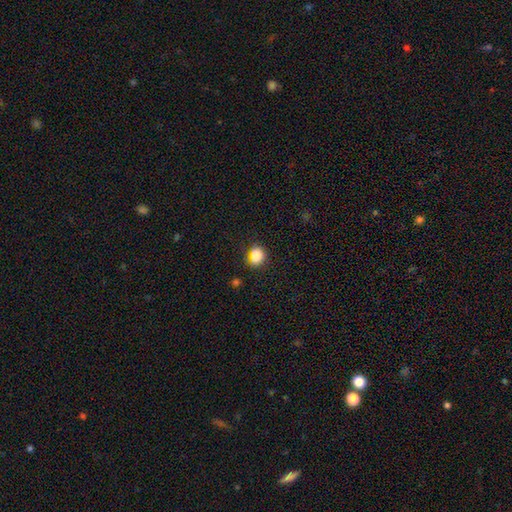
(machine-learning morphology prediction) Smooth or featured: smooth — 83% (star or artifact — 12%)
How rounded: round — 66% (in between — 32%)
Merging: none — 77% (minor disturbance — 15%)